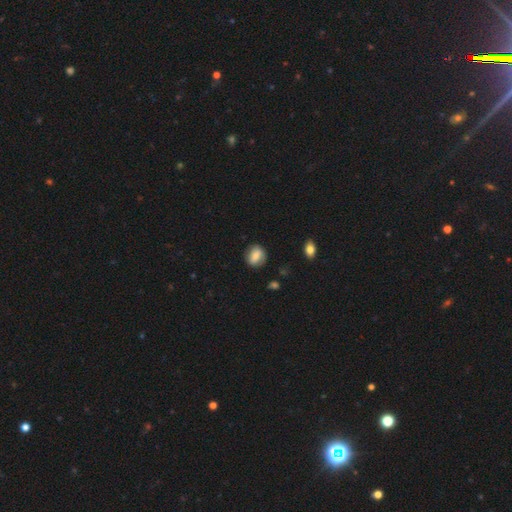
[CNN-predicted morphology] This is likely a smooth galaxy (75%). How rounded: possibly round (56%). Merging: likely none (79%).